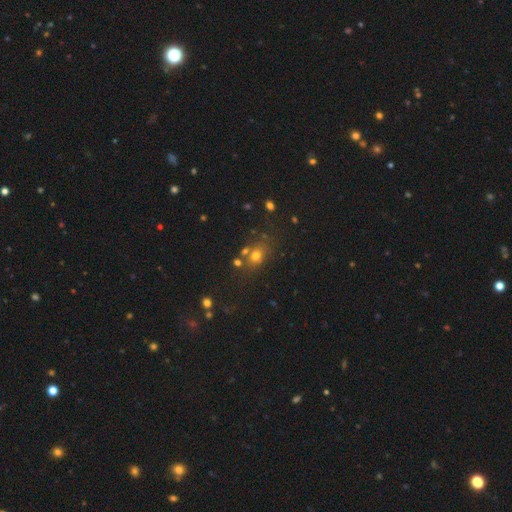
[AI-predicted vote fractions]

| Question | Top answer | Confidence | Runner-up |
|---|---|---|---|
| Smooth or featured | smooth | 66% | star or artifact (20%) |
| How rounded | in between | 52% | round (46%) |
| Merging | none | 64% | merger (16%) |